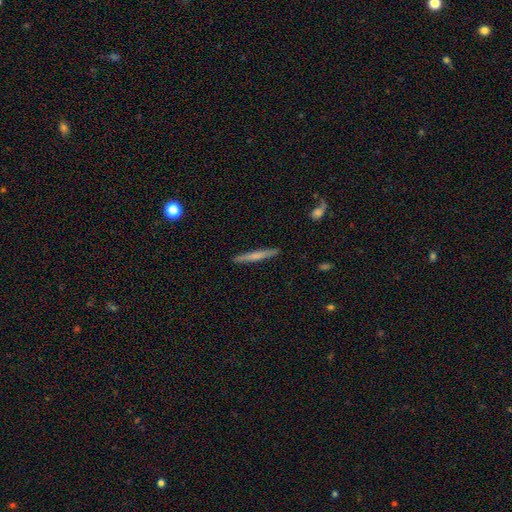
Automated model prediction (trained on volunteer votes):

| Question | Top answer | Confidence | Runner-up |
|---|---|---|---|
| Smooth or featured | smooth | 57% | featured or disk (37%) |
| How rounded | cigar-shaped | 96% | in between (3%) |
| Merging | none | 91% | minor disturbance (6%) |